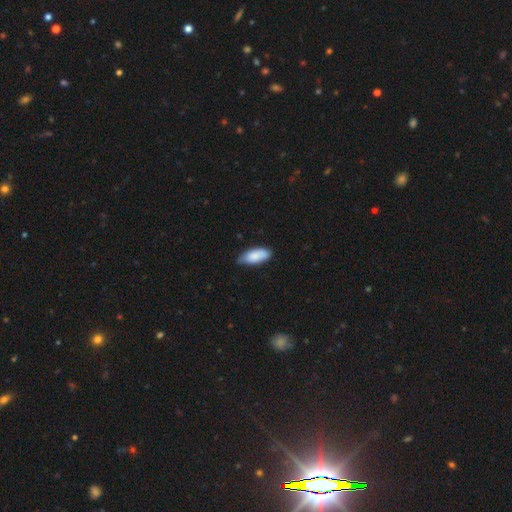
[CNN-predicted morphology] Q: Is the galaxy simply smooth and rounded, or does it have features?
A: smooth — 84%.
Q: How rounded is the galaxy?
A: in between — 85%.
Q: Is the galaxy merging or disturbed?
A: none — 66%.